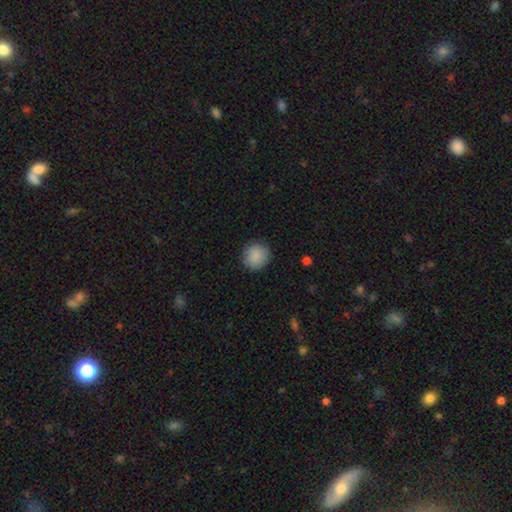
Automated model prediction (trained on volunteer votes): Overall: smooth (89%). How rounded: round (91%). Merging: none (89%).